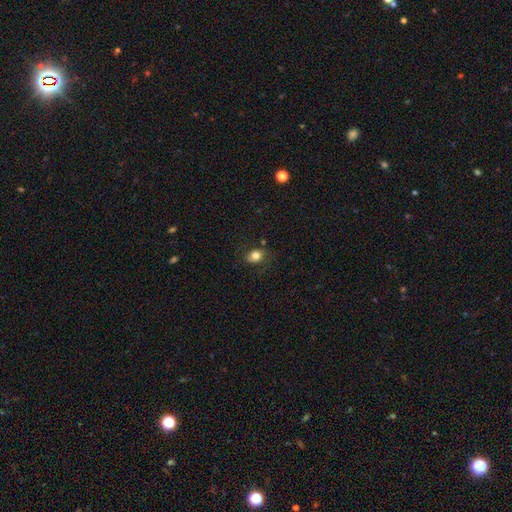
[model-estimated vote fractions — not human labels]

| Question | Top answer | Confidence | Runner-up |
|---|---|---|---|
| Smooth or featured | smooth | 81% | star or artifact (11%) |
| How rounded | in between | 54% | round (45%) |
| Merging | none | 80% | minor disturbance (14%) |